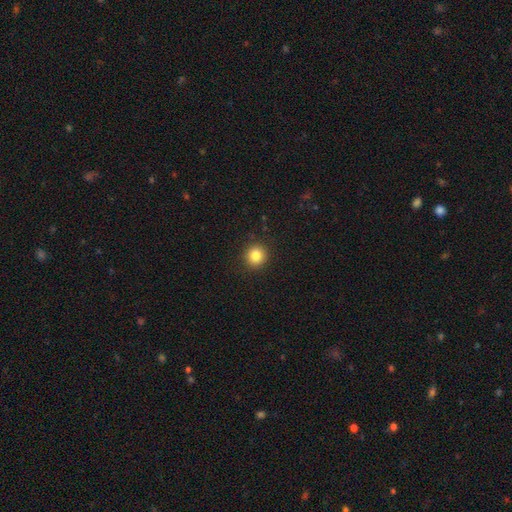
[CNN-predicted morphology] smooth_or_featured: smooth (p=0.83) [alt: star or artifact p=0.11]
how_rounded: round (p=0.91) [alt: in between p=0.08]
merging: none (p=0.91) [alt: minor disturbance p=0.06]